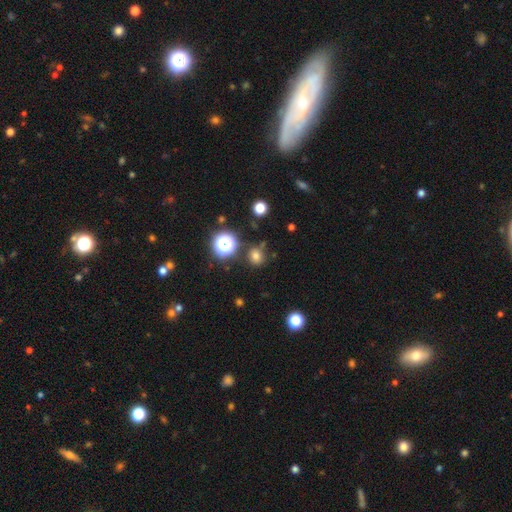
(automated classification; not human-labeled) Overall: smooth (70%). How rounded: round (81%). Merging: none (78%).